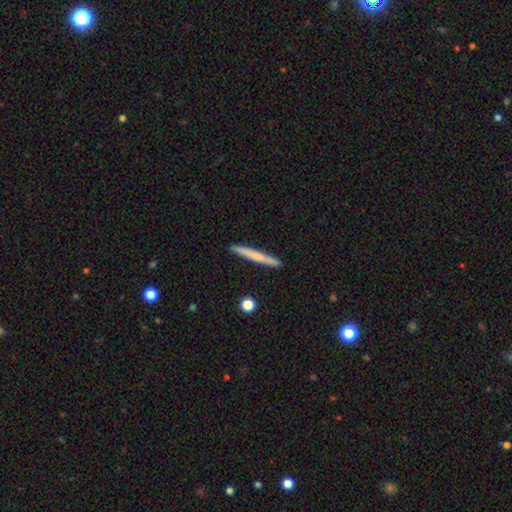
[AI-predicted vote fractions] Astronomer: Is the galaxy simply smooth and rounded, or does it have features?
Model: smooth — 58% (runner-up: featured or disk, 36%).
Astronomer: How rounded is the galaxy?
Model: cigar-shaped — 97%.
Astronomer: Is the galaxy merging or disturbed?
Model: none — 91%.